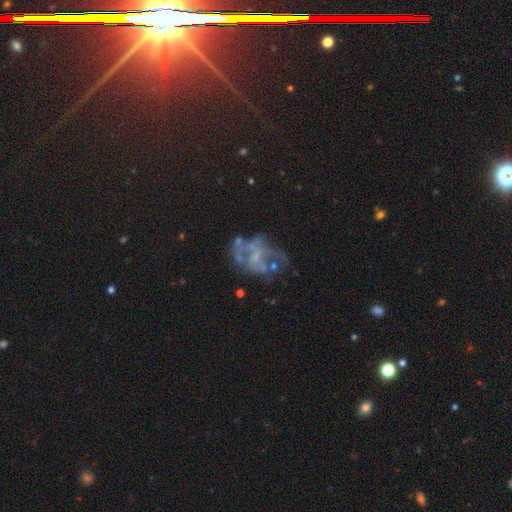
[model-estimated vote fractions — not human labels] Overall: featured or disk (71%). Edge-on disk: no (98%). Bar: no (79%). Spiral arms: no (72%). Bulge size: none (58%; small 25%). Merging: none (42%; major disturbance 30%).